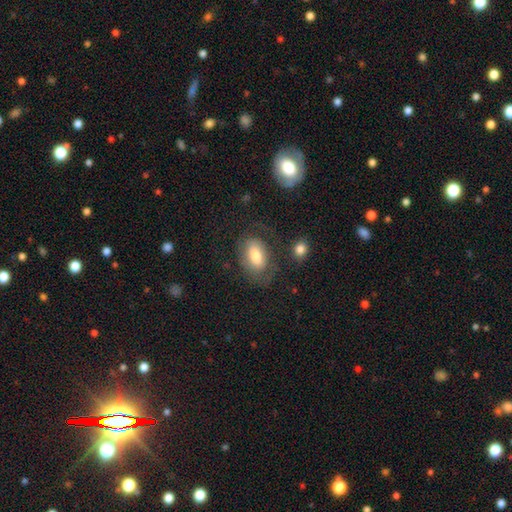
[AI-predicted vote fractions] Morphology: type=smooth (67%); roundness=in between (90%); merging=none (60%).